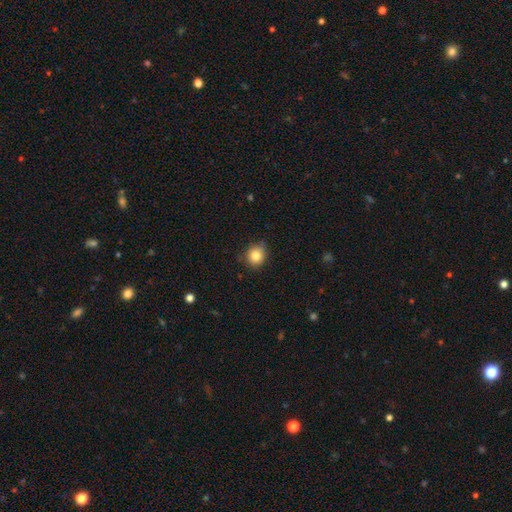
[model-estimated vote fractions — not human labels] A smooth galaxy with no disk features (83%) that is round (83%).

Vote fractions:
- Smooth or featured? smooth: 83% / star or artifact: 10% / featured or disk: 7%
- How rounded? round: 83% / in between: 17% / cigar-shaped: 1%
- Merging? none: 79% / minor disturbance: 17% / major disturbance: 3% / merger: 1%